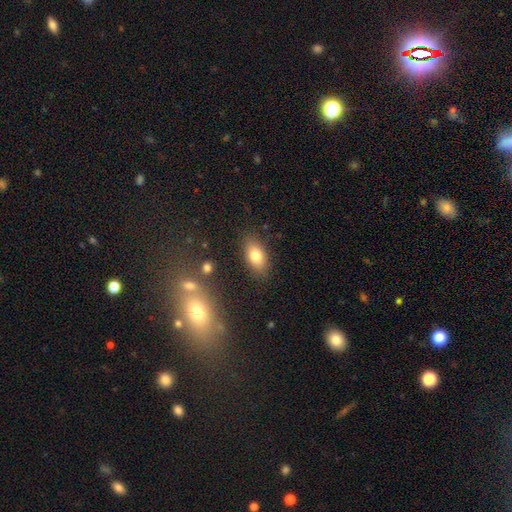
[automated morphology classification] A smooth galaxy with no disk features (79%) that is in between round and cigar-shaped (88%).

Vote fractions:
- Smooth or featured? smooth: 79% / featured or disk: 12% / star or artifact: 9%
- How rounded? in between: 88% / round: 7% / cigar-shaped: 4%
- Merging? none: 83% / minor disturbance: 11% / major disturbance: 3% / merger: 3%